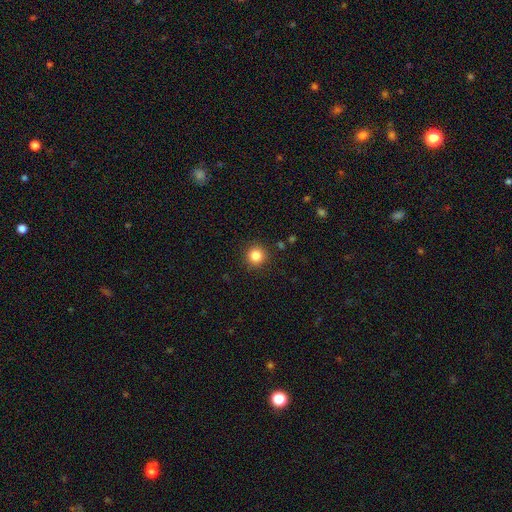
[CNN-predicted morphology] This is clearly a smooth galaxy (85%). How rounded: clearly round (95%). Merging: clearly none (90%).